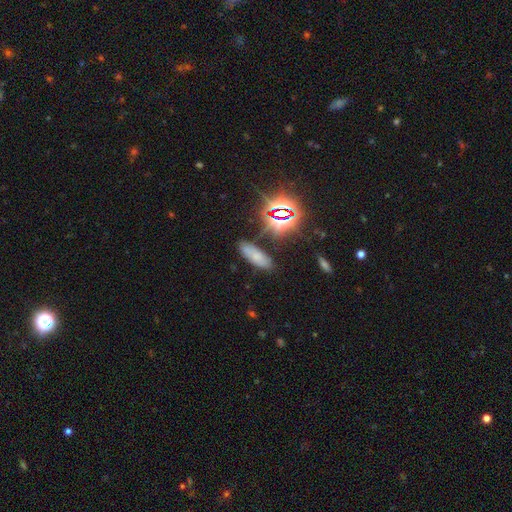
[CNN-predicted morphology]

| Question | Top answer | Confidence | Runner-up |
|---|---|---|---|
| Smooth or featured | smooth | 53% | star or artifact (29%) |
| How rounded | in between | 69% | cigar-shaped (27%) |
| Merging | none | 77% | minor disturbance (14%) |